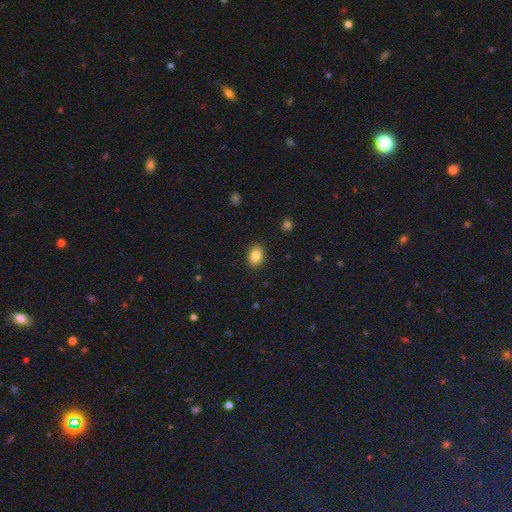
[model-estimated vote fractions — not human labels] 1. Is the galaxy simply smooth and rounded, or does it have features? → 86% smooth, 9% star or artifact, 5% featured or disk.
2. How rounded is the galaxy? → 64% in between, 35% round, 1% cigar-shaped.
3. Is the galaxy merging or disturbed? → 89% none, 8% minor disturbance, 2% major disturbance, 1% merger.